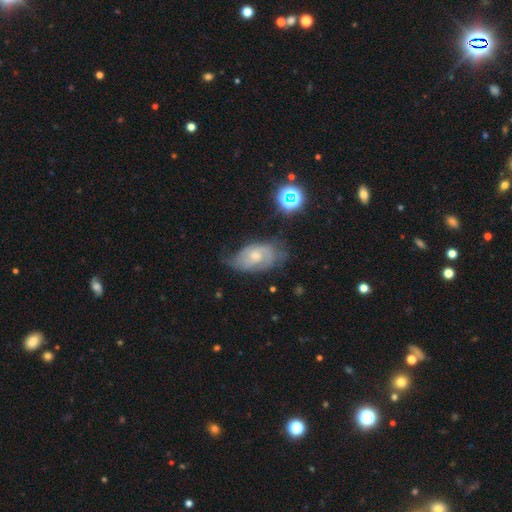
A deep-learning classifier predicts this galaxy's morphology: featured or disk 67%, smooth 23%, star or artifact 9%. Down the decision tree: edge-on disk — no (95%); bar — no (65%); spiral arms — yes (87%); spiral arm count — 2 (49%); spiral winding — tight (42%, tied with medium); bulge size — moderate (50%); merging — none (51%).